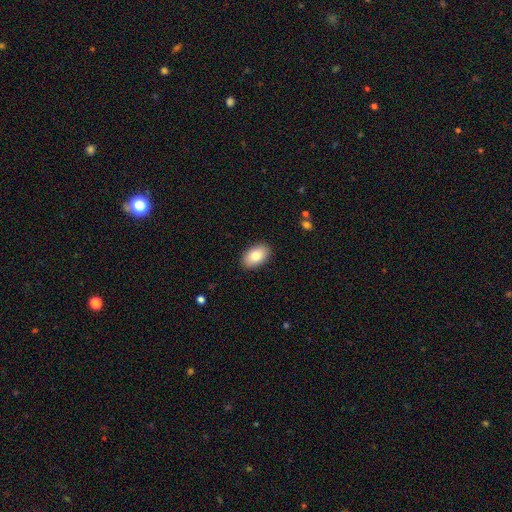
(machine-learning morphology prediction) This appears to be a smooth galaxy with no disk features (83%) that is in between round and cigar-shaped (93%). Merging: none (89%).